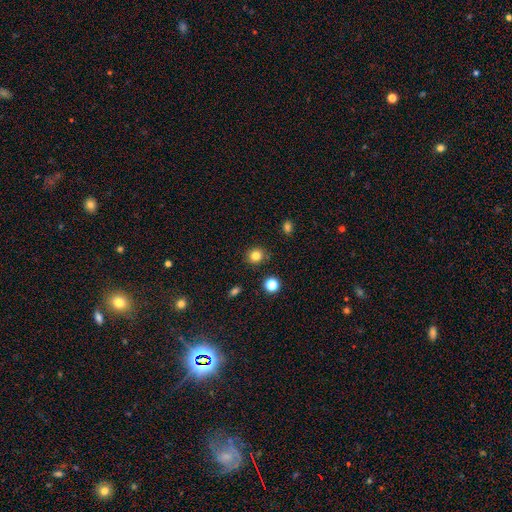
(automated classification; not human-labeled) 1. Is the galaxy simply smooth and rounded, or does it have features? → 83% smooth, 12% star or artifact, 5% featured or disk.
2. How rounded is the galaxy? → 85% round, 14% in between, 1% cigar-shaped.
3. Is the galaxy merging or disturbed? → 88% none, 8% minor disturbance, 2% merger, 2% major disturbance.